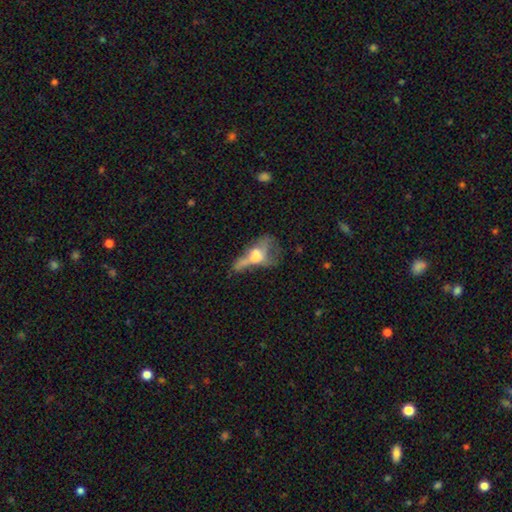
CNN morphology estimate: smooth_or_featured: smooth (p=0.45) [alt: featured or disk p=0.44]
merging: major disturbance (p=0.46) [alt: merger p=0.23]